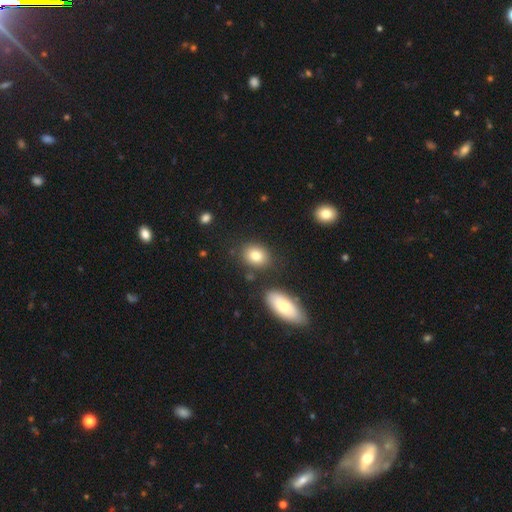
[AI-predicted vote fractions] The model was most divided on "how rounded": in between: 61%, round: 38%, cigar-shaped: 1%. More confident: smooth or featured — smooth (83%); merging — none (78%).